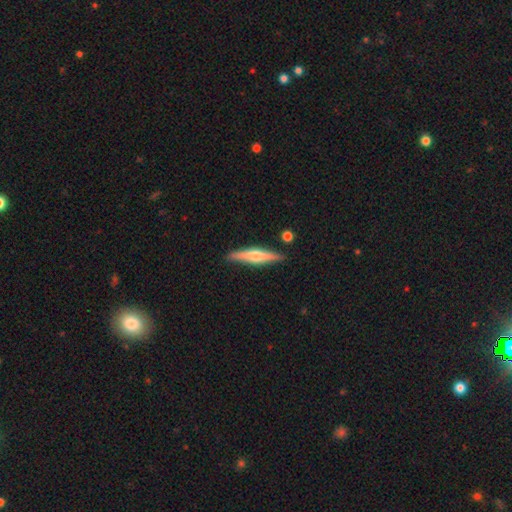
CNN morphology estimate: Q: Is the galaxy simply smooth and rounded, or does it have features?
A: featured or disk — 59%.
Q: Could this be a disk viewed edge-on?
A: yes — 96%.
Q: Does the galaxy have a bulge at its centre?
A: rounded — 87%.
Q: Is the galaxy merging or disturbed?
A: none — 87%.